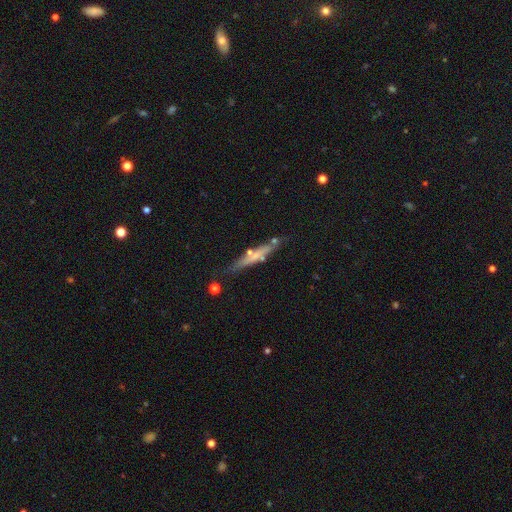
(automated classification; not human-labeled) A featured or disk galaxy (47%).

Vote fractions:
- Smooth or featured? featured or disk: 47% / smooth: 44% / star or artifact: 8%
- Merging? none: 74% / minor disturbance: 15% / merger: 7% / major disturbance: 4%